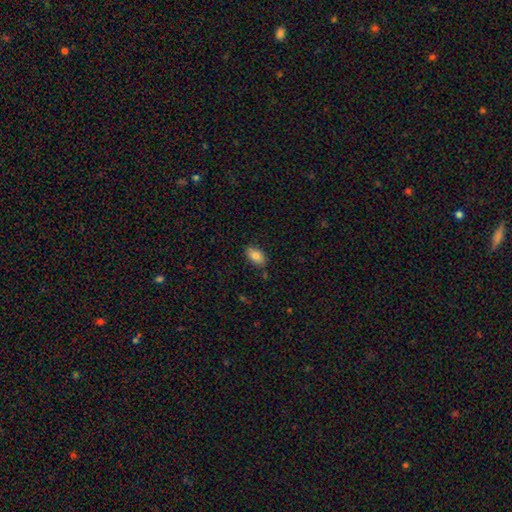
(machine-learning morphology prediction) smooth-or-featured: smooth: 81% | featured or disk: 11% | star or artifact: 7%
  how-rounded: in between: 92% | round: 6% | cigar-shaped: 2%
  merging: none: 84% | minor disturbance: 12% | major disturbance: 2% | merger: 2%